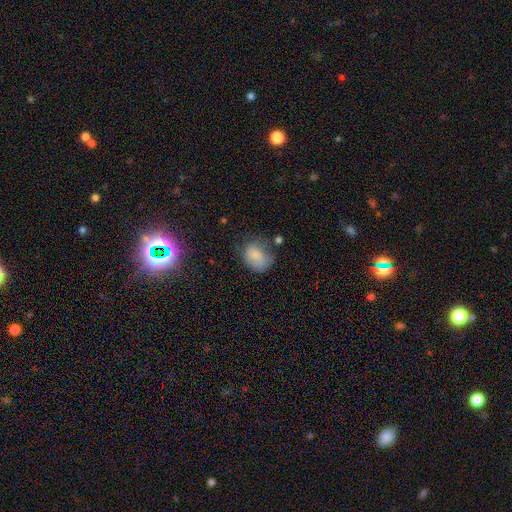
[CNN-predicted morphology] Smooth or featured?
  - smooth: 76% *
  - featured or disk: 15%
  - star or artifact: 10%
How rounded?
  - in between: 54% *
  - round: 44%
  - cigar-shaped: 1%
Merging?
  - none: 43% *
  - minor disturbance: 32%
  - major disturbance: 20%
  - merger: 5%